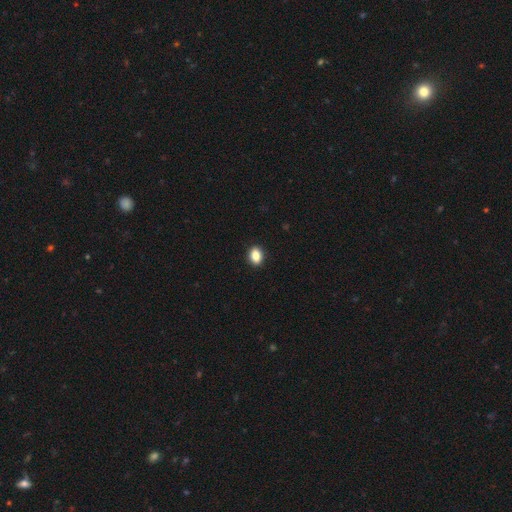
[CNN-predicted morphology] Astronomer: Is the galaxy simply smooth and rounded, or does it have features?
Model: smooth — 86%.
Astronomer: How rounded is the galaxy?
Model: in between — 75%.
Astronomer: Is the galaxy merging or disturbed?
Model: none — 91%.